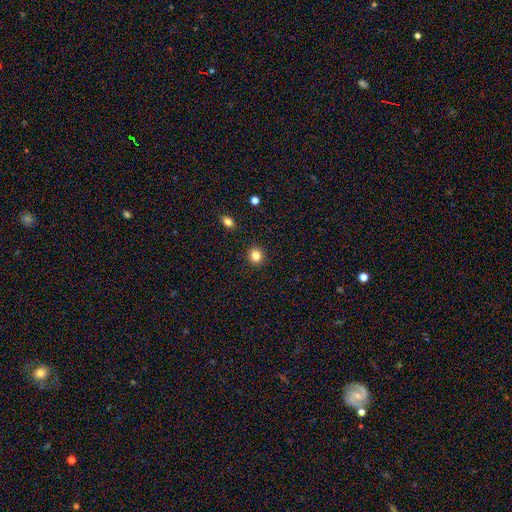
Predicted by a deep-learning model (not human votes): Smooth or featured?
  - smooth: 83% *
  - star or artifact: 12%
  - featured or disk: 5%
How rounded?
  - round: 87% *
  - in between: 12%
  - cigar-shaped: 1%
Merging?
  - none: 92% *
  - minor disturbance: 5%
  - major disturbance: 2%
  - merger: 1%